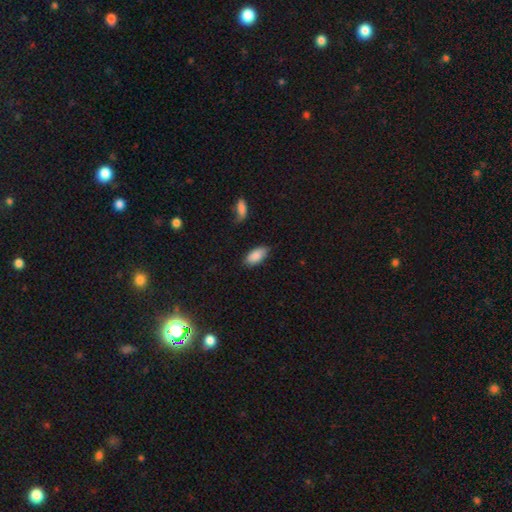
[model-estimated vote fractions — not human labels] smooth 88%, star or artifact 7%, featured or disk 5%. Down the decision tree: how rounded — in between (93%); merging — none (79%).